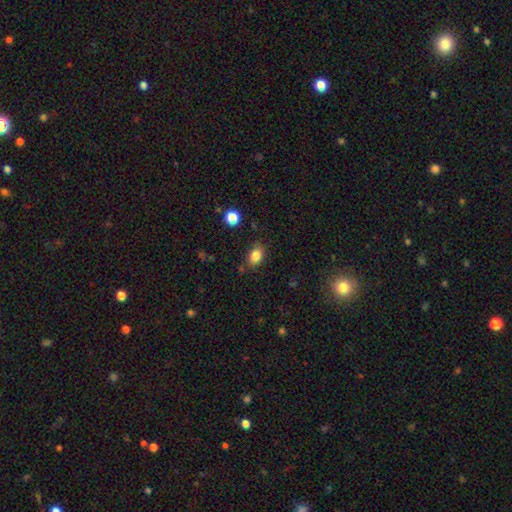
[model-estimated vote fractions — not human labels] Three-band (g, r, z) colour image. It shows a smooth galaxy with no disk features (84%) that is in between round and cigar-shaped (76%). Merging: none (80%).